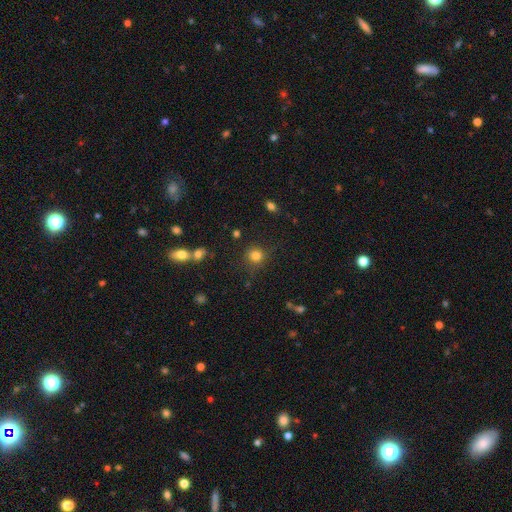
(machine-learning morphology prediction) Smooth or featured? Predicted: smooth (p=0.81). How rounded? Predicted: round (p=0.89). Merging? Predicted: none (p=0.82).